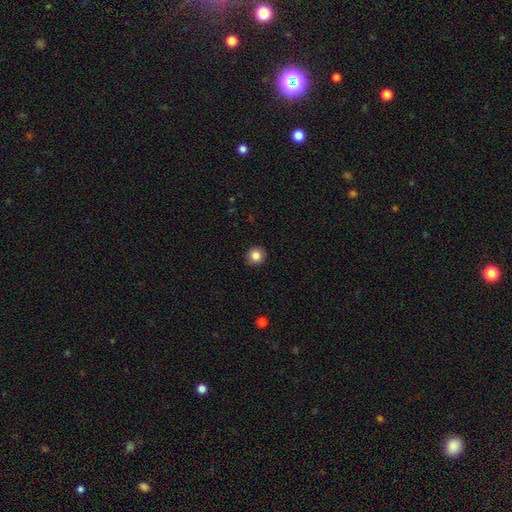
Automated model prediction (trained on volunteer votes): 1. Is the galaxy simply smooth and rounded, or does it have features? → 85% smooth, 10% star or artifact, 5% featured or disk.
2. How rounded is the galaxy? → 92% round, 7% in between, 1% cigar-shaped.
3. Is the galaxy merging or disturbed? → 91% none, 6% minor disturbance, 2% major disturbance, 1% merger.